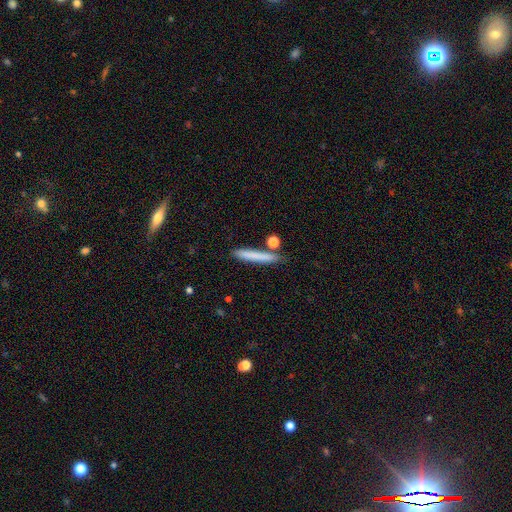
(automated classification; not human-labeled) Q: Smooth or featured?
A: smooth (75%); runner-up: featured or disk (18%)
Q: How rounded?
A: cigar-shaped (93%); runner-up: in between (5%)
Q: Merging?
A: none (79%); runner-up: minor disturbance (11%)